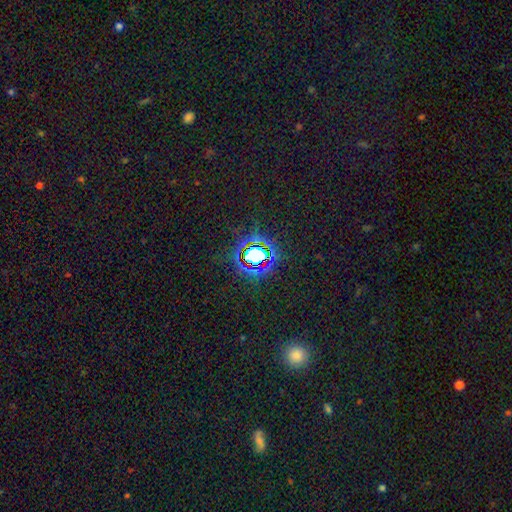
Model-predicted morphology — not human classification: Smooth or featured?
  - star or artifact: 75% *
  - smooth: 16%
  - featured or disk: 9%